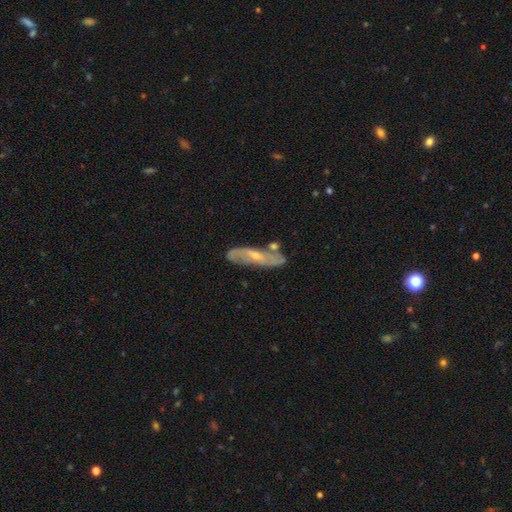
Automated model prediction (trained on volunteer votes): Smooth or featured? Predicted: featured or disk (p=0.71). Edge-on disk? Predicted: no (p=0.72). Bar? Predicted: no (p=0.45). Spiral arms? Predicted: yes (p=0.84). Bulge size? Predicted: small (p=0.61). Merging? Predicted: none (p=0.70).